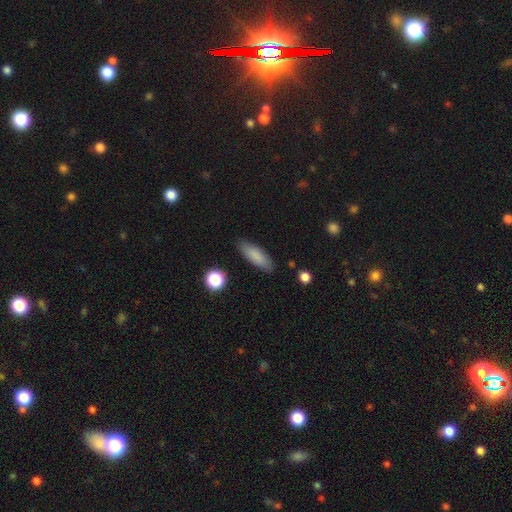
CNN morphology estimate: A smooth galaxy with no disk features (84%) that is in between round and cigar-shaped (54%).

Vote fractions:
- Smooth or featured? smooth: 84% / featured or disk: 8% / star or artifact: 7%
- How rounded? in between: 54% / cigar-shaped: 44% / round: 2%
- Merging? none: 86% / minor disturbance: 10% / major disturbance: 2% / merger: 2%